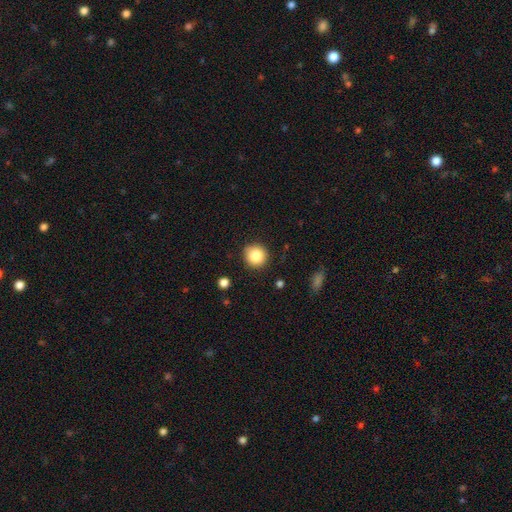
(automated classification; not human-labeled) Overall: smooth (85%). How rounded: round (93%). Merging: none (89%).